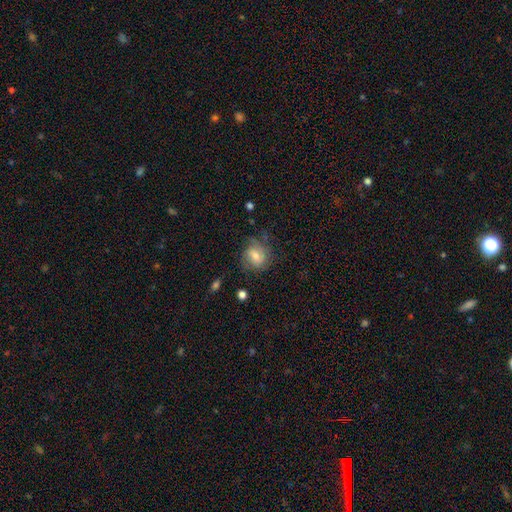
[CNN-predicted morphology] Smooth or featured? Predicted: smooth (p=0.50). Merging? Predicted: none (p=0.60).